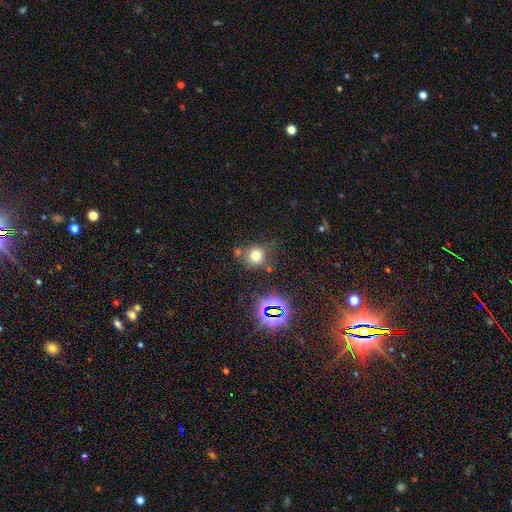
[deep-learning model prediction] Smooth or featured? Predicted: smooth (p=0.70). How rounded? Predicted: round (p=0.87). Merging? Predicted: none (p=0.67).